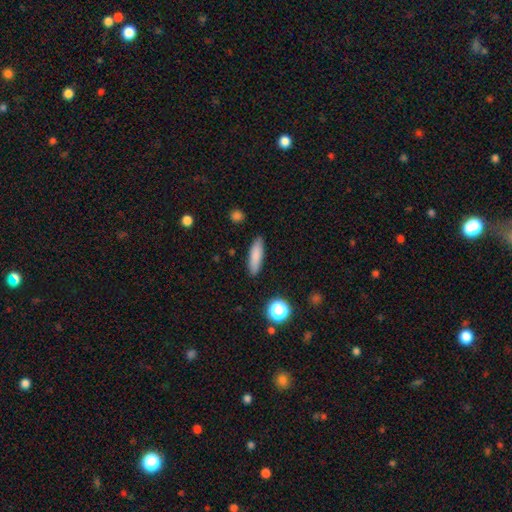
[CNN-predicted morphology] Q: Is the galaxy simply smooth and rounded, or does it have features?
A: smooth — 83%.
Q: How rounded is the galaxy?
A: cigar-shaped — 61%.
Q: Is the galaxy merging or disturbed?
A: none — 87%.